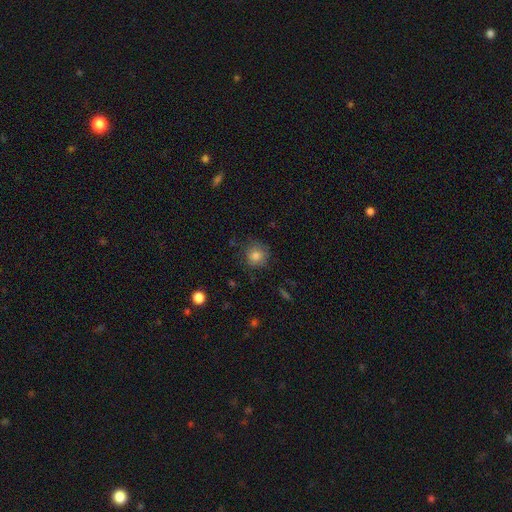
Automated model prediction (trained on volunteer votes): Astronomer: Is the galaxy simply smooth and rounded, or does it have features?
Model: smooth — 82%.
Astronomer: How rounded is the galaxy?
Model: round — 91%.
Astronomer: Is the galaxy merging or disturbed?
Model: none — 80%.